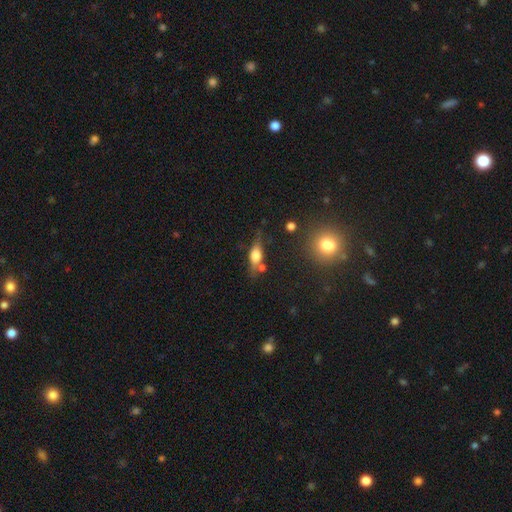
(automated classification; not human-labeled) This appears to be a smooth galaxy with no disk features (55%) that is in between round and cigar-shaped (64%). Merging: none (58%).